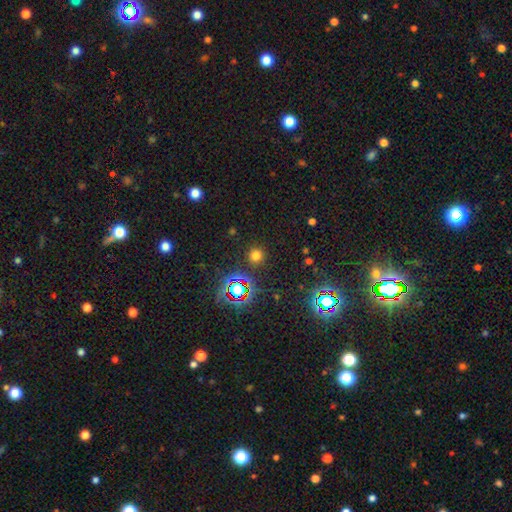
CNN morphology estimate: smooth-or-featured: smooth: 66% | star or artifact: 28% | featured or disk: 6%
  how-rounded: round: 93% | in between: 6% | cigar-shaped: 1%
  merging: none: 89% | minor disturbance: 6% | major disturbance: 3% | merger: 2%